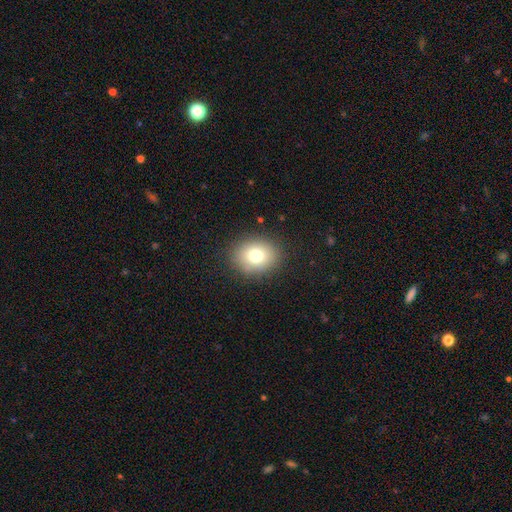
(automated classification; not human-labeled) A smooth galaxy with no disk features (76%) that is round (55%). Merging: none (87%).